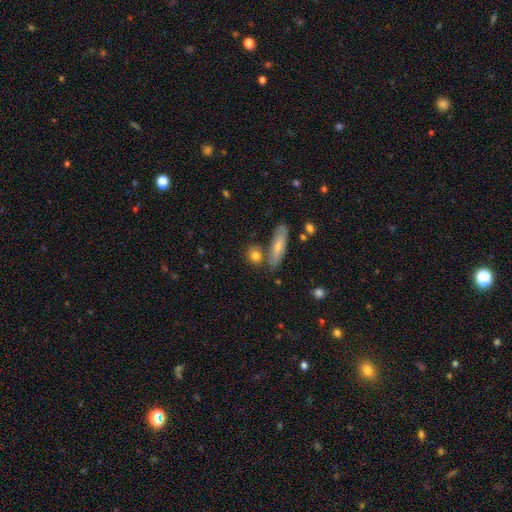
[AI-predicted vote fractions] smooth-or-featured: smooth: 79% | featured or disk: 13% | star or artifact: 8%
  how-rounded: round: 53% | in between: 31% | cigar-shaped: 16%
  merging: none: 69% | merger: 16% | minor disturbance: 12% | major disturbance: 4%